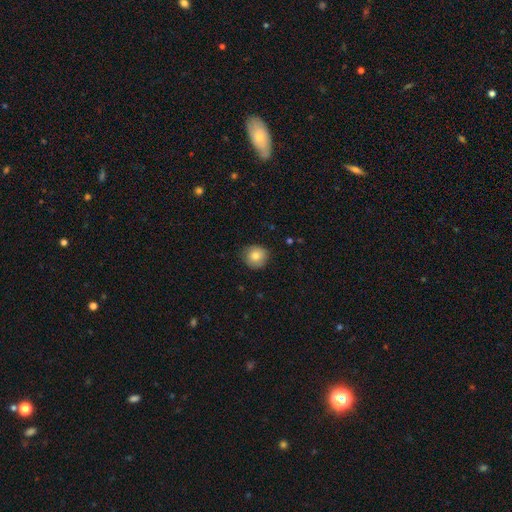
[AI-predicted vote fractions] Overall: smooth (80%). How rounded: round (90%). Merging: none (83%).